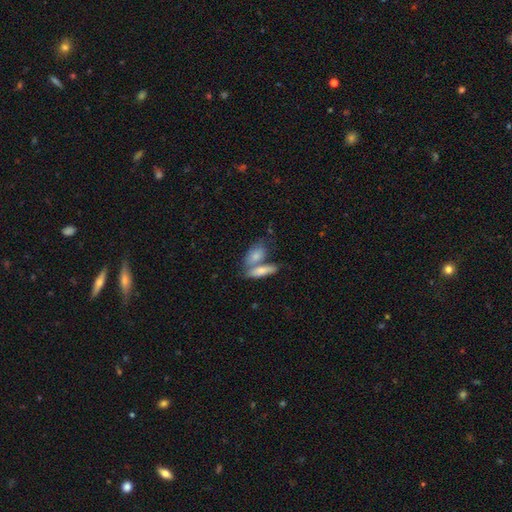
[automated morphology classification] smooth-or-featured: smooth: 74% | featured or disk: 20% | star or artifact: 6%
  how-rounded: in between: 80% | cigar-shaped: 14% | round: 6%
  merging: merger: 52% | none: 34% | minor disturbance: 10% | major disturbance: 4%